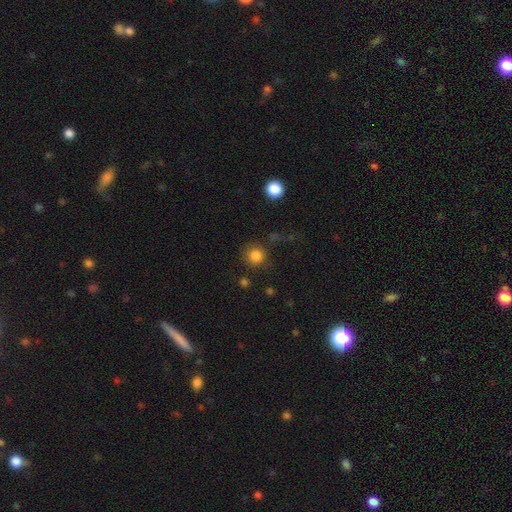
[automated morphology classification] smooth_or_featured: smooth (p=0.84) [alt: star or artifact p=0.12]
how_rounded: round (p=0.92) [alt: in between p=0.07]
merging: none (p=0.79) [alt: minor disturbance p=0.11]